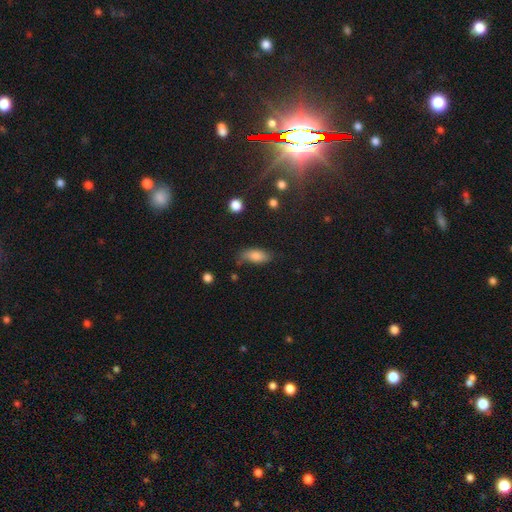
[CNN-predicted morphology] A smooth galaxy with no disk features (82%) that is in between round and cigar-shaped (86%). Merging: none (65%).